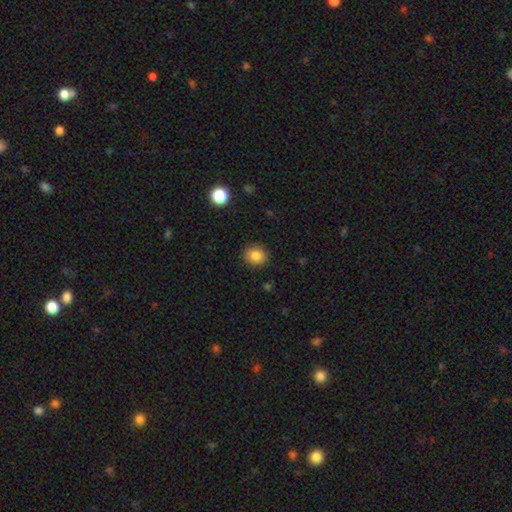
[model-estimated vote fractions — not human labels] smooth-or-featured: smooth: 84% | star or artifact: 10% | featured or disk: 6%
  how-rounded: round: 73% | in between: 26% | cigar-shaped: 1%
  merging: none: 89% | minor disturbance: 8% | major disturbance: 2% | merger: 1%